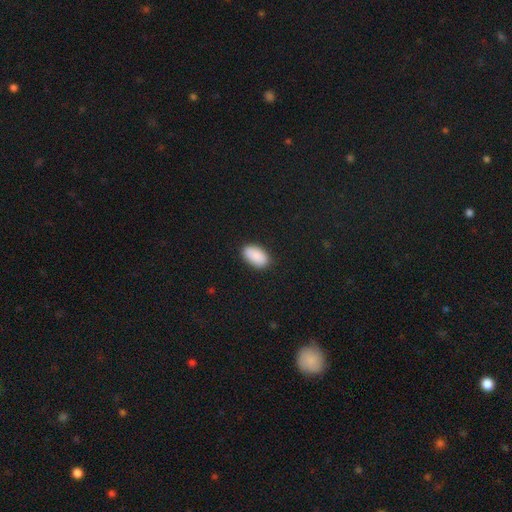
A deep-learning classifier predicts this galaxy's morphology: A smooth galaxy with no disk features (91%) that is in between round and cigar-shaped (94%).

Vote fractions:
- Smooth or featured? smooth: 91% / star or artifact: 6% / featured or disk: 3%
- How rounded? in between: 94% / round: 4% / cigar-shaped: 2%
- Merging? none: 88% / minor disturbance: 9% / major disturbance: 2% / merger: 1%